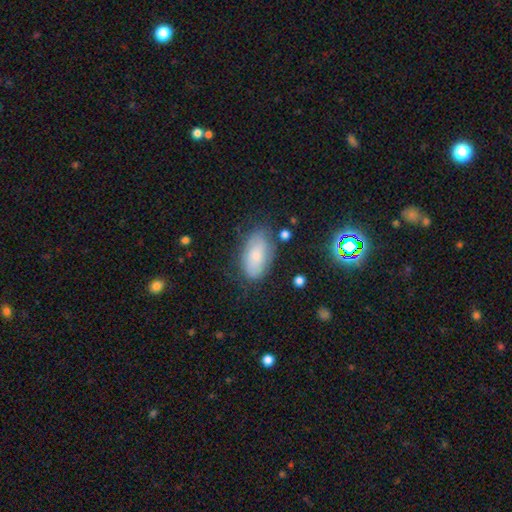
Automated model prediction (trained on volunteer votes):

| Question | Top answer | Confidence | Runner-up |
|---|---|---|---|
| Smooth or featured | smooth | 71% | featured or disk (19%) |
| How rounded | in between | 92% | cigar-shaped (4%) |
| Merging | none | 72% | minor disturbance (20%) |